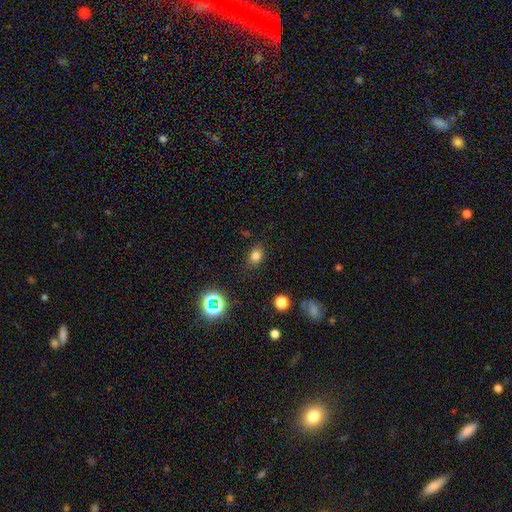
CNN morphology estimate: smooth 77%, star or artifact 16%, featured or disk 7%. Down the decision tree: how rounded — in between (65%); merging — none (83%).